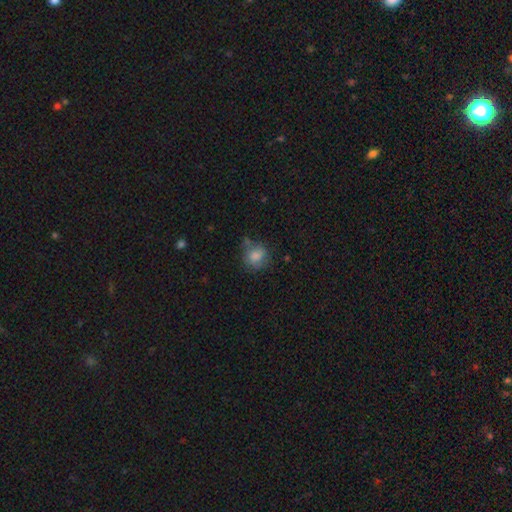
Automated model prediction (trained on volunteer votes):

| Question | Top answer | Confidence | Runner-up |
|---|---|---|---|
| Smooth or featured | smooth | 78% | featured or disk (12%) |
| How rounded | round | 69% | in between (30%) |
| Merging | none | 56% | minor disturbance (26%) |